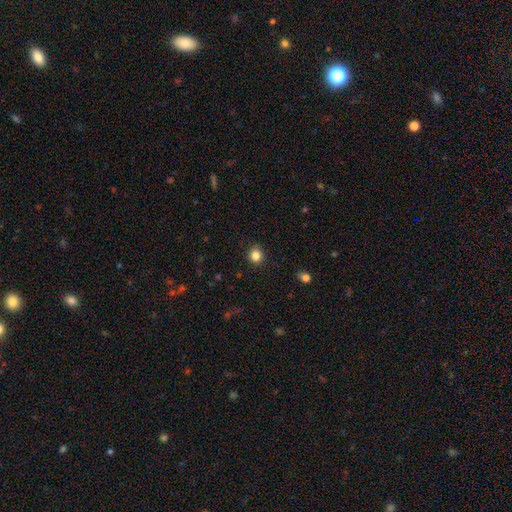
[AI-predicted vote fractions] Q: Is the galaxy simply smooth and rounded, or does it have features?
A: smooth — 84%.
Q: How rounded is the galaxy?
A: round — 88%.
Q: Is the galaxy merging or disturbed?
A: none — 87%.